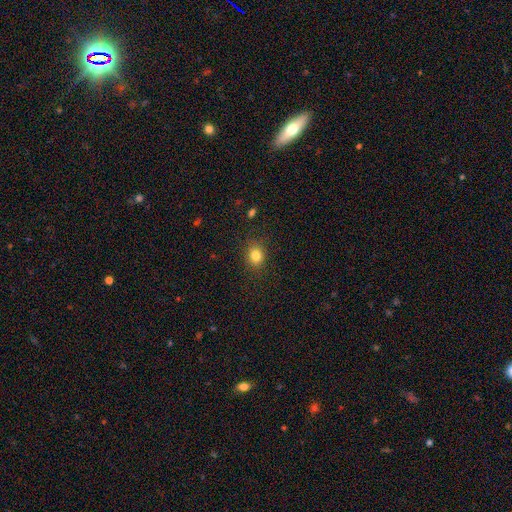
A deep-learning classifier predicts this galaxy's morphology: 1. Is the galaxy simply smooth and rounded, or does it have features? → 83% smooth, 11% star or artifact, 6% featured or disk.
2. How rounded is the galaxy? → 60% round, 39% in between, 1% cigar-shaped.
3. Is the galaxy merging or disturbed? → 86% none, 10% minor disturbance, 3% major disturbance, 1% merger.